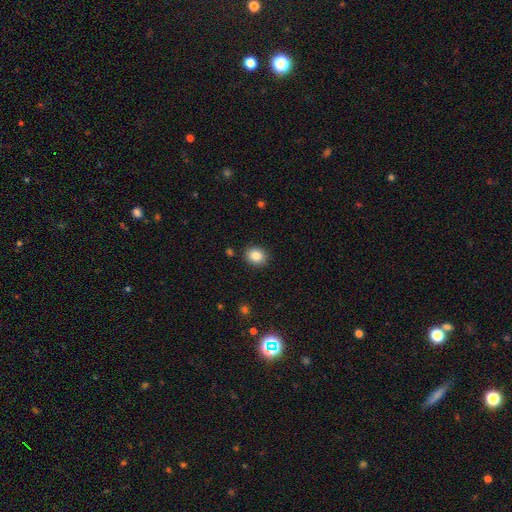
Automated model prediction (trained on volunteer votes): Smooth or featured?
  - smooth: 86% *
  - star or artifact: 9%
  - featured or disk: 5%
How rounded?
  - round: 60% *
  - in between: 39%
  - cigar-shaped: 1%
Merging?
  - none: 89% *
  - minor disturbance: 8%
  - major disturbance: 2%
  - merger: 2%